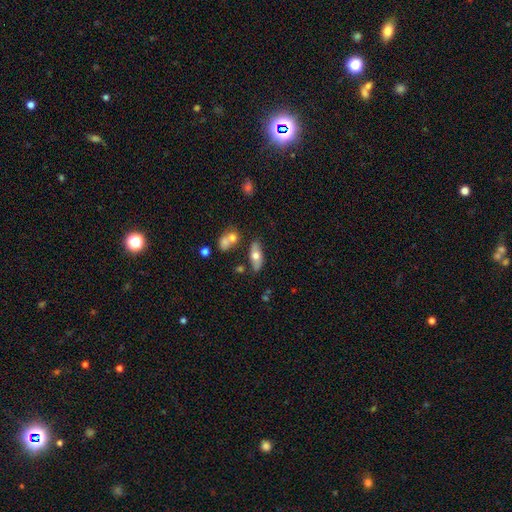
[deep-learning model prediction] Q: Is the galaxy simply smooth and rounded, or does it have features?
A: smooth — 60%.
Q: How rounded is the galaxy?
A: in between — 74%.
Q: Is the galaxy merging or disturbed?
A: none — 74%.